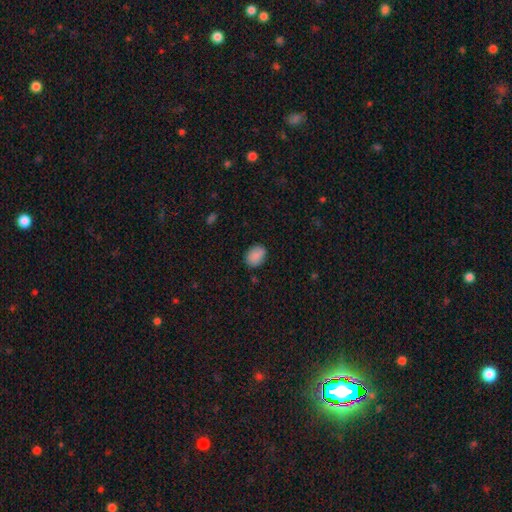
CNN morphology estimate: A smooth galaxy with no disk features (88%) that is in between round and cigar-shaped (72%). Merging: none (81%).